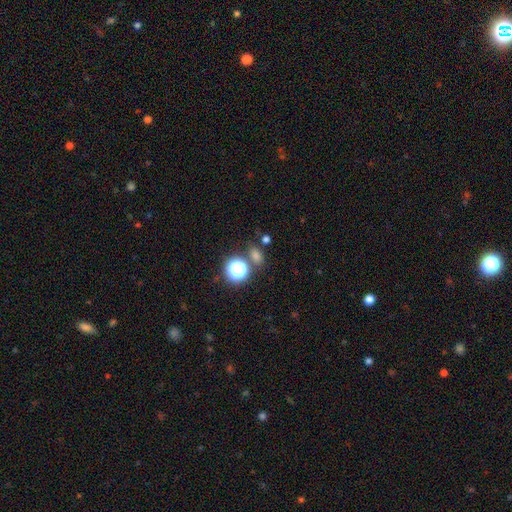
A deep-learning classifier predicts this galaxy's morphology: Smooth or featured?
  - smooth: 60% *
  - star or artifact: 33%
  - featured or disk: 7%
How rounded?
  - round: 50% *
  - in between: 47%
  - cigar-shaped: 3%
Merging?
  - none: 73% *
  - merger: 13%
  - minor disturbance: 10%
  - major disturbance: 4%